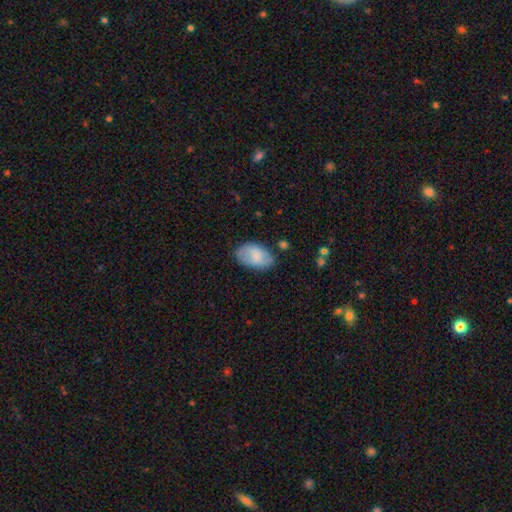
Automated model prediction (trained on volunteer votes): A smooth galaxy with no disk features (72%) that is in between round and cigar-shaped (92%).

Vote fractions:
- Smooth or featured? smooth: 72% / featured or disk: 21% / star or artifact: 7%
- How rounded? in between: 92% / round: 6% / cigar-shaped: 1%
- Merging? none: 72% / minor disturbance: 21% / major disturbance: 5% / merger: 2%